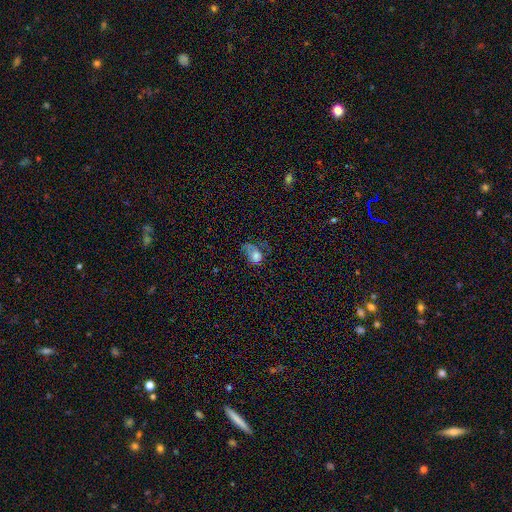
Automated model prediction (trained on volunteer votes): This appears to be a smooth galaxy with no disk features (61%) that is in between round and cigar-shaped (65%). Merging: major disturbance (42%).